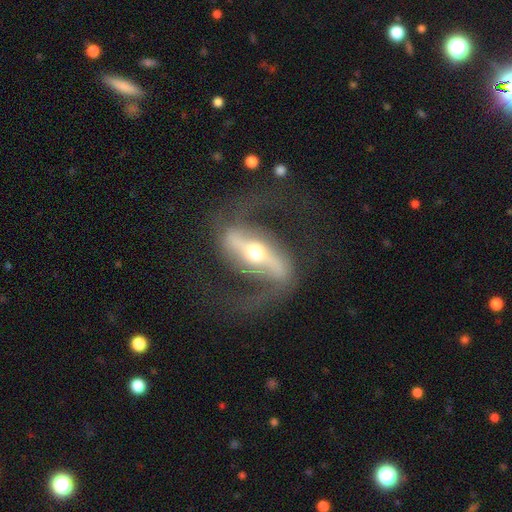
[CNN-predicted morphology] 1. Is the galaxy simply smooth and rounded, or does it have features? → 91% featured or disk, 5% star or artifact, 4% smooth.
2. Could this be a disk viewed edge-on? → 92% no, 8% yes.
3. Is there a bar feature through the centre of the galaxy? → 69% strong, 20% weak, 11% no.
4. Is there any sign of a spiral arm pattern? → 96% yes, 4% no.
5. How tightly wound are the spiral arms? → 47% medium, 41% loose, 11% tight.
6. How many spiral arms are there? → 94% 2, 2% can't tell, 2% 1, 1% 3, 1% 4, 1% more than 4.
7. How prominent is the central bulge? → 58% moderate, 33% small, 6% large, 1% dominant, 1% none.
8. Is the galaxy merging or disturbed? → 76% none, 11% major disturbance, 11% minor disturbance, 2% merger.